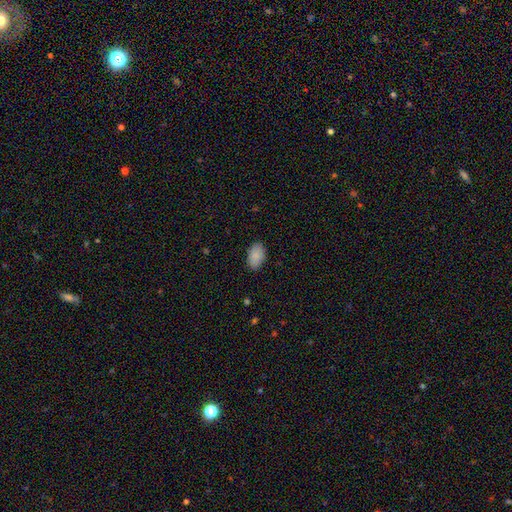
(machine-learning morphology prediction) A smooth galaxy with no disk features (87%) that is in between round and cigar-shaped (92%).

Vote fractions:
- Smooth or featured? smooth: 87% / star or artifact: 7% / featured or disk: 6%
- How rounded? in between: 92% / round: 7% / cigar-shaped: 1%
- Merging? none: 86% / minor disturbance: 11% / major disturbance: 2% / merger: 1%